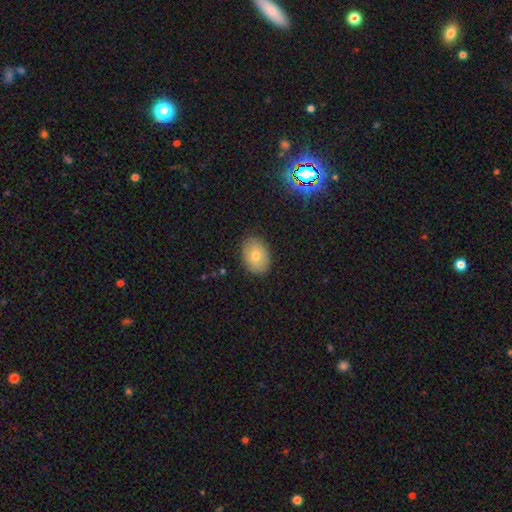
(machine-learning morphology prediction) Smooth or featured? Predicted: smooth (p=0.70). How rounded? Predicted: in between (p=0.77). Merging? Predicted: none (p=0.87).